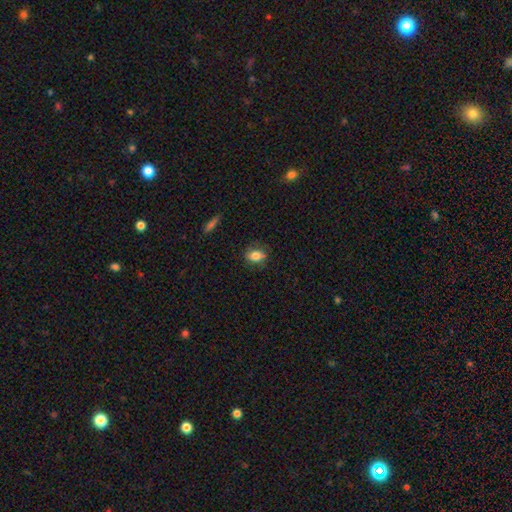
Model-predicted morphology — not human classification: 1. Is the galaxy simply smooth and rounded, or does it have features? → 78% smooth, 14% featured or disk, 9% star or artifact.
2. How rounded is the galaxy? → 73% in between, 24% round, 3% cigar-shaped.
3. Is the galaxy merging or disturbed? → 77% none, 17% minor disturbance, 5% major disturbance, 1% merger.